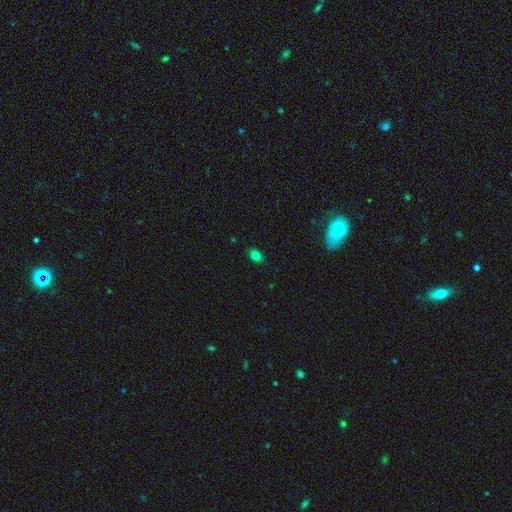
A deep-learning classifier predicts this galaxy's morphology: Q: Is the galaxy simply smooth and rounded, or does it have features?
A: smooth — 81%.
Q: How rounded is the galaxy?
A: in between — 72%.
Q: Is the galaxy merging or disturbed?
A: none — 87%.